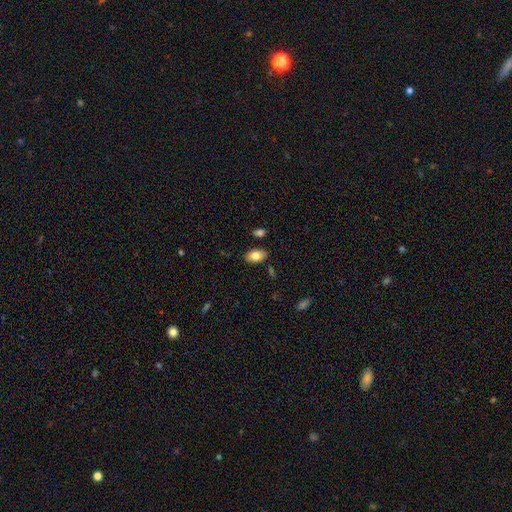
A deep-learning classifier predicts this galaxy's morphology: Overall: smooth (81%). How rounded: in between (93%). Merging: none (85%).